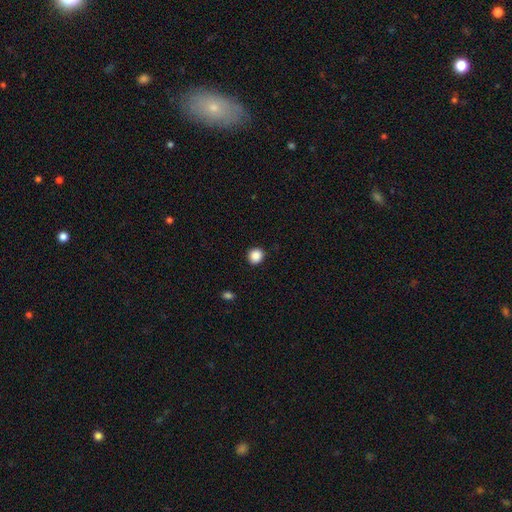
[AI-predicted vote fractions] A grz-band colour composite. It shows a smooth galaxy with no disk features (88%) that is round (89%). Merging: none (91%).